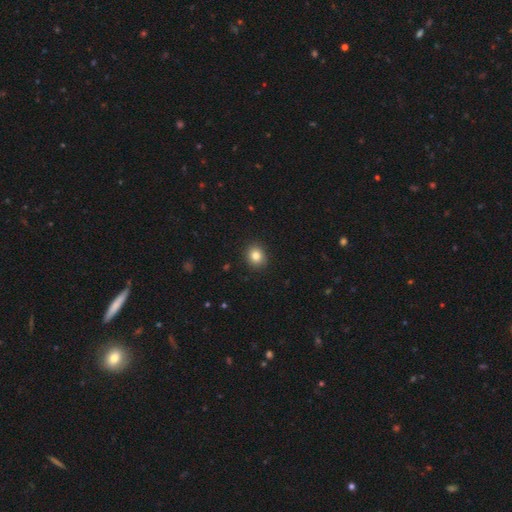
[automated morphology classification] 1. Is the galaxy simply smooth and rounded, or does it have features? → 84% smooth, 10% star or artifact, 6% featured or disk.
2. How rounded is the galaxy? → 75% round, 24% in between, 1% cigar-shaped.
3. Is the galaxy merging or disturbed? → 91% none, 7% minor disturbance, 2% major disturbance, 1% merger.